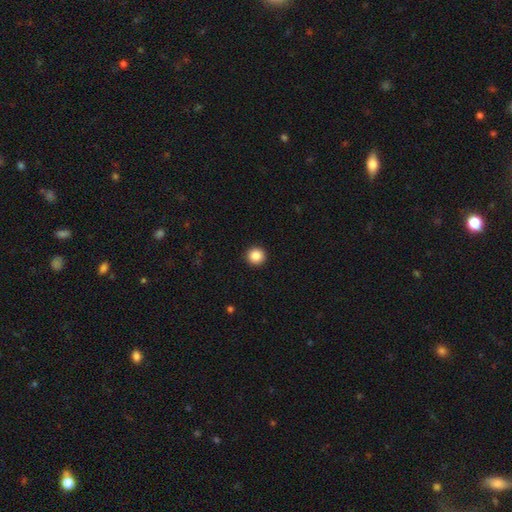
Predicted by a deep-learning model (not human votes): smooth 87%, star or artifact 10%, featured or disk 3%. Down the decision tree: how rounded — round (96%); merging — none (93%).